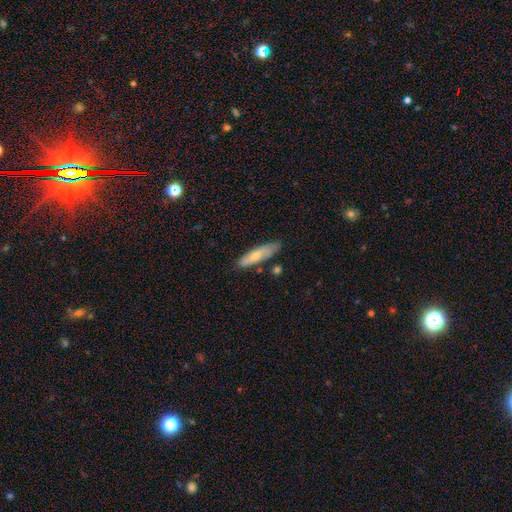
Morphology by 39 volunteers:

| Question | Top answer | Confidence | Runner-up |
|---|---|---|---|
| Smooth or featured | smooth | 69% | featured or disk (26%) |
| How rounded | cigar-shaped | 67% | in between (33%) |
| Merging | none | 59% | minor disturbance (32%) |